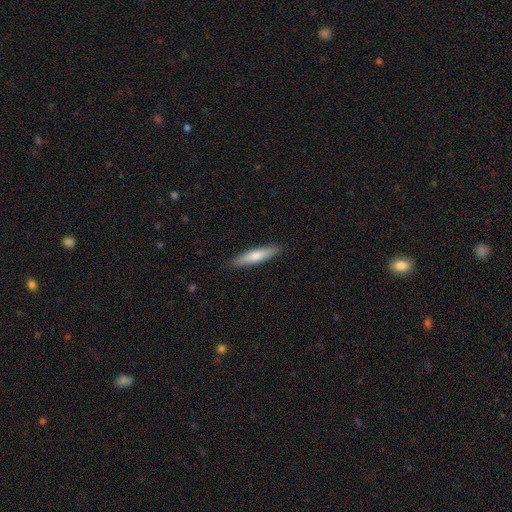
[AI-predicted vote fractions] This is likely a smooth galaxy (70%). How rounded: clearly cigar-shaped (86%). Merging: clearly none (89%).